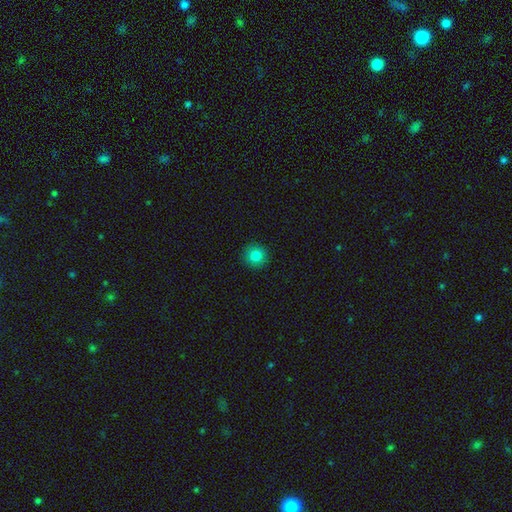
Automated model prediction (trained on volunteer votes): Smooth or featured?
  - smooth: 83% *
  - star or artifact: 11%
  - featured or disk: 6%
How rounded?
  - round: 95% *
  - in between: 4%
  - cigar-shaped: 1%
Merging?
  - none: 92% *
  - minor disturbance: 5%
  - major disturbance: 2%
  - merger: 1%